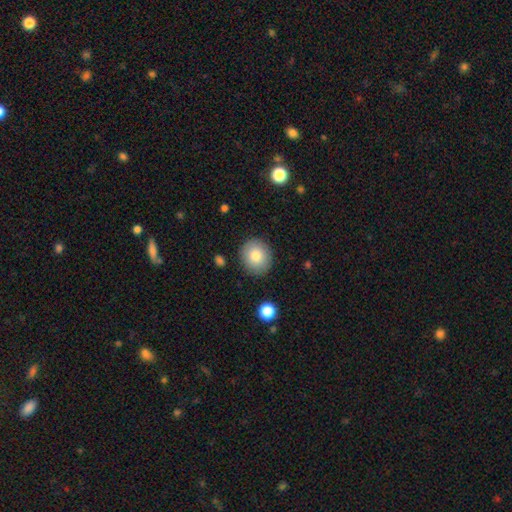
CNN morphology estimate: type=smooth (81%); roundness=round (78%); merging=none (88%).